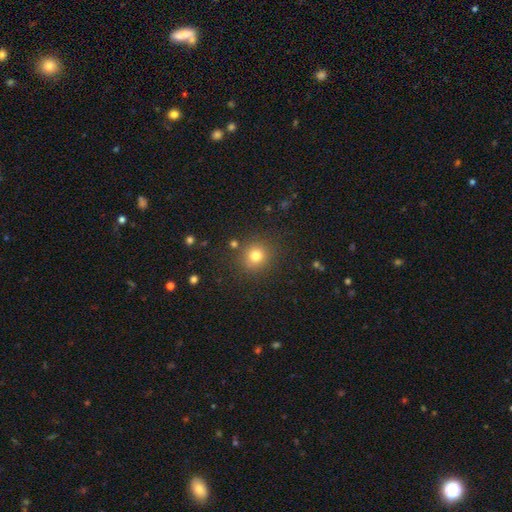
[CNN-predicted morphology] A smooth galaxy with no disk features (77%) that is round (91%).

Vote fractions:
- Smooth or featured? smooth: 77% / star or artifact: 15% / featured or disk: 7%
- How rounded? round: 91% / in between: 8% / cigar-shaped: 1%
- Merging? none: 85% / minor disturbance: 8% / merger: 3% / major disturbance: 3%